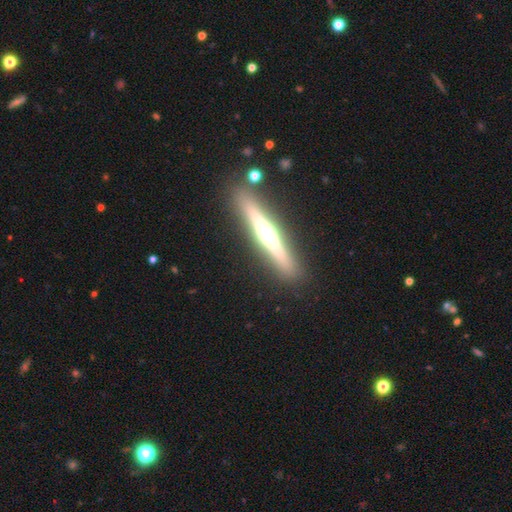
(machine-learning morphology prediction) smooth_or_featured: featured or disk (p=0.70) [alt: smooth p=0.25]
disk_edge_on: yes (p=0.96) [alt: no p=0.04]
edge_on_bulge: rounded (p=0.88) [alt: none p=0.07]
merging: none (p=0.88) [alt: minor disturbance p=0.08]